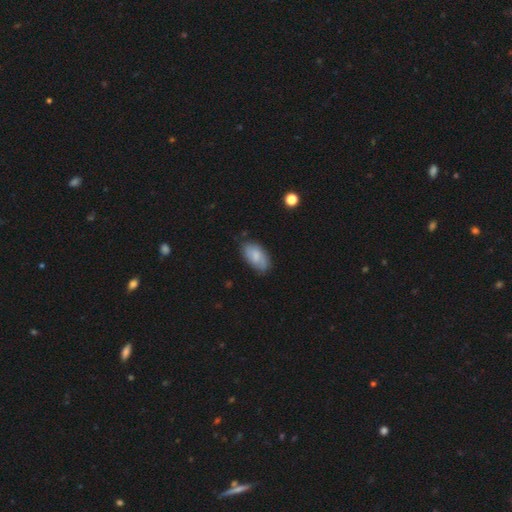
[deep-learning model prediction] smooth 71%, featured or disk 22%, star or artifact 7%. Down the decision tree: how rounded — in between (94%); merging — none (73%).